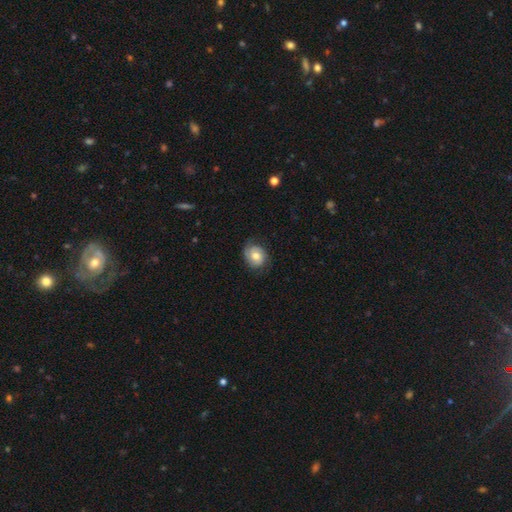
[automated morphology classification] A smooth galaxy with no disk features (50%).

Vote fractions:
- Smooth or featured? smooth: 50% / featured or disk: 42% / star or artifact: 8%
- Merging? none: 70% / minor disturbance: 22% / major disturbance: 7% / merger: 1%